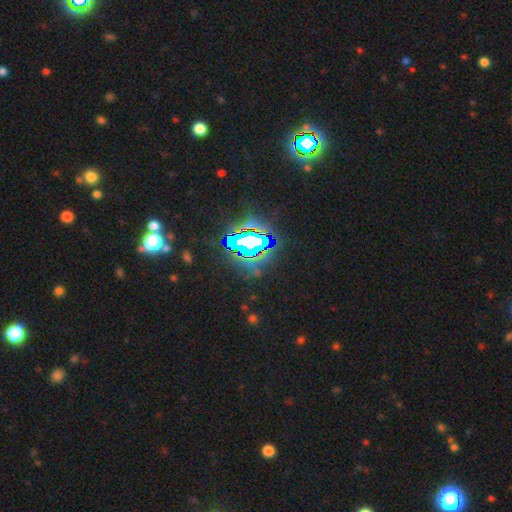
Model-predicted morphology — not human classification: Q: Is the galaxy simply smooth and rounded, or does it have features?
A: star or artifact — 84%.